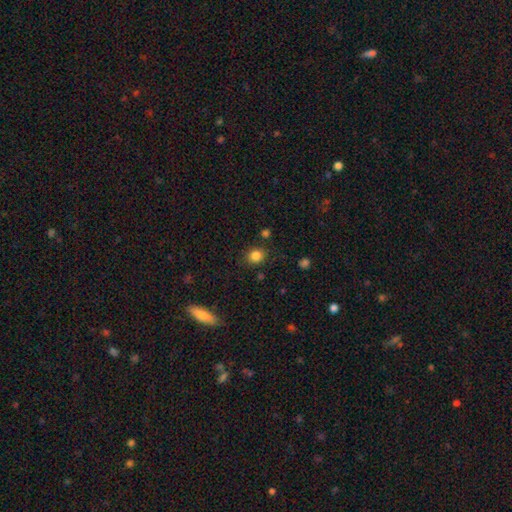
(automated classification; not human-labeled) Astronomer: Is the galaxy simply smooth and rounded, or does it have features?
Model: smooth — 84%.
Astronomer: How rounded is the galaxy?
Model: round — 74%.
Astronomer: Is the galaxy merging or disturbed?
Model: none — 84%.